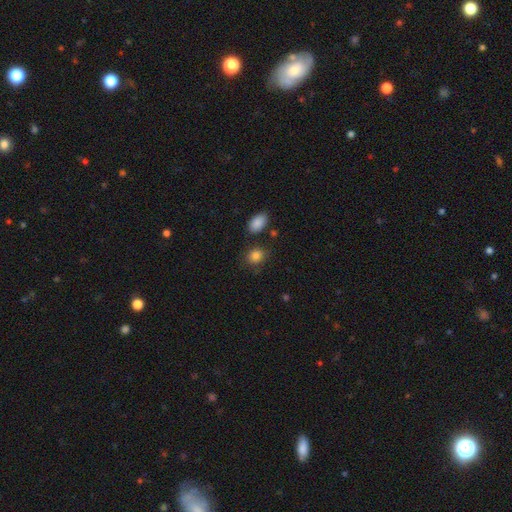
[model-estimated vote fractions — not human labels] Smooth or featured?
  - smooth: 85% *
  - star or artifact: 10%
  - featured or disk: 5%
How rounded?
  - round: 58% *
  - in between: 41%
  - cigar-shaped: 1%
Merging?
  - none: 76% *
  - minor disturbance: 14%
  - merger: 6%
  - major disturbance: 4%